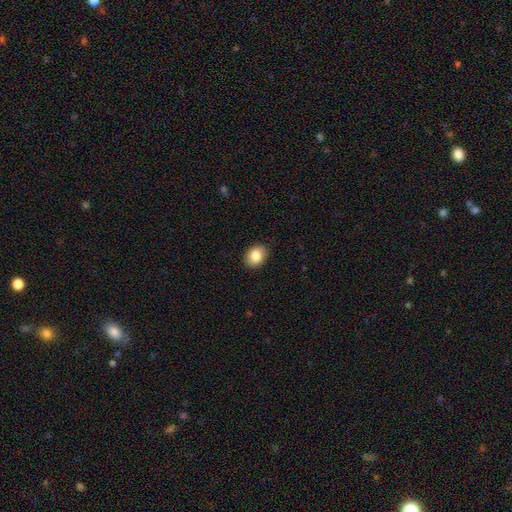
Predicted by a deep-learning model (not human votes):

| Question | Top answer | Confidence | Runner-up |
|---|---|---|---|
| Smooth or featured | smooth | 85% | star or artifact (8%) |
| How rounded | in between | 62% | round (37%) |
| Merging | none | 89% | minor disturbance (8%) |